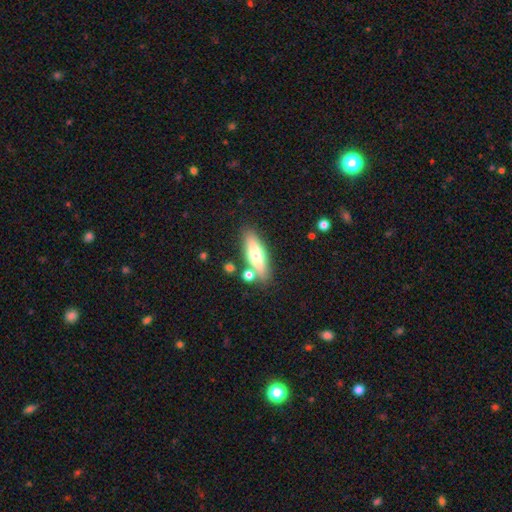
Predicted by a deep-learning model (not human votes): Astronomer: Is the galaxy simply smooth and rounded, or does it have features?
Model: smooth — 56% (runner-up: featured or disk, 37%).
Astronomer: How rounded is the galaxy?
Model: cigar-shaped — 50% (runner-up: in between, 47%).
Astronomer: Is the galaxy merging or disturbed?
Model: none — 77%.